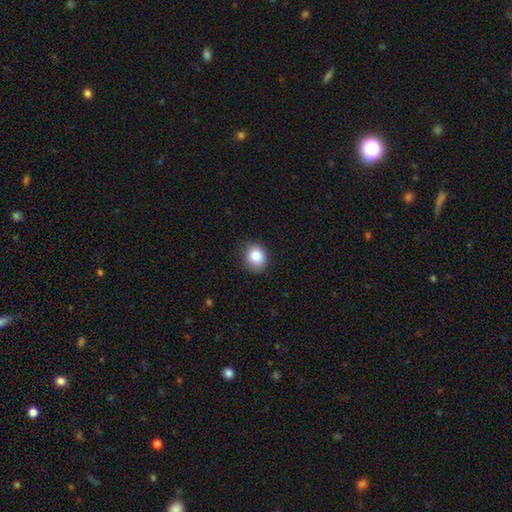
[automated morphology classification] Smooth or featured?
  - smooth: 83% *
  - star or artifact: 10%
  - featured or disk: 7%
How rounded?
  - round: 73% *
  - in between: 26%
  - cigar-shaped: 1%
Merging?
  - none: 84% *
  - minor disturbance: 12%
  - major disturbance: 3%
  - merger: 1%